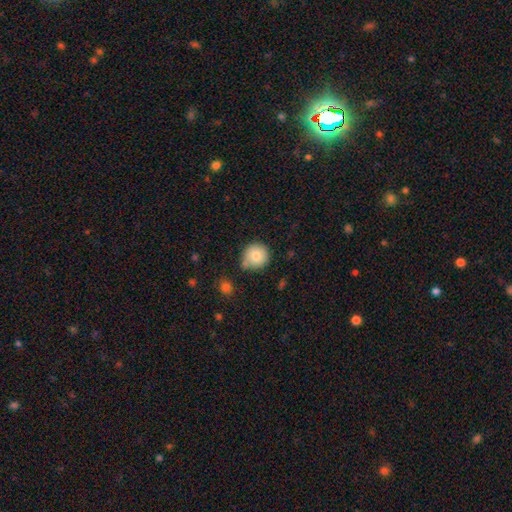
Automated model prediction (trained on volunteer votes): Smooth or featured: smooth — 81% (featured or disk — 10%)
How rounded: round — 92% (in between — 7%)
Merging: none — 70% (minor disturbance — 17%)